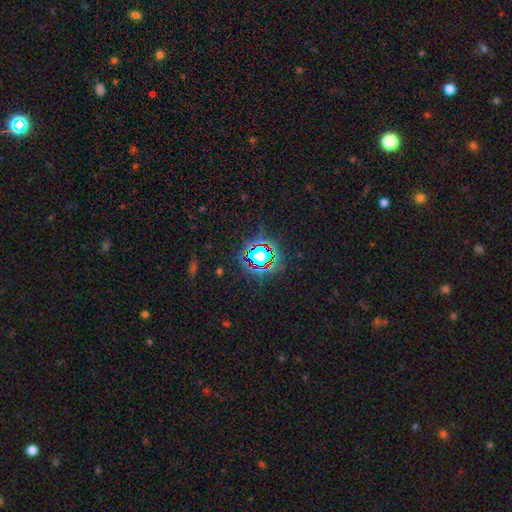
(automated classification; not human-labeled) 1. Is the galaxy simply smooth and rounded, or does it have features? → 72% star or artifact, 18% smooth, 10% featured or disk.